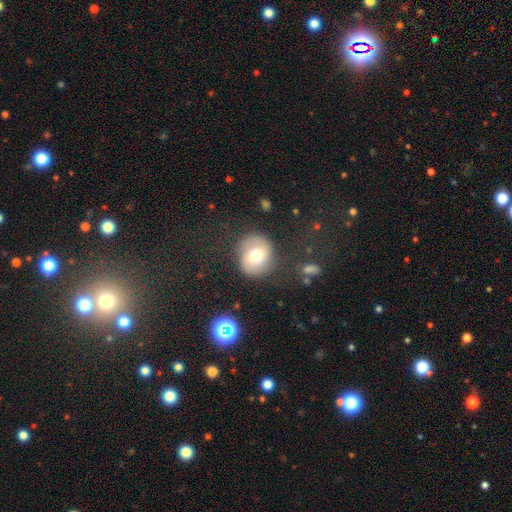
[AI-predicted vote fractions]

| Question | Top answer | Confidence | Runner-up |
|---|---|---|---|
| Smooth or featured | smooth | 54% | featured or disk (36%) |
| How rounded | round | 76% | in between (23%) |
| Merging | none | 76% | minor disturbance (15%) |